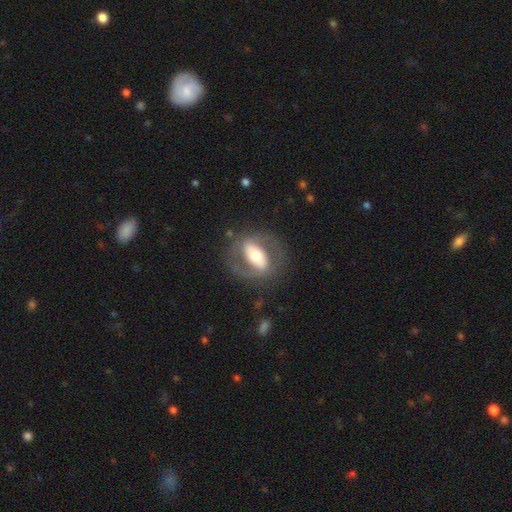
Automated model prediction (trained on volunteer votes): A featured or disk galaxy (73%) with a strong bar (60%), spiral arms (65%) and a moderate central bulge (59%).

Vote fractions:
- Smooth or featured? featured or disk: 73% / smooth: 22% / star or artifact: 5%
- Edge-on disk? no: 91% / yes: 9%
- Bar? strong: 60% / weak: 21% / no: 19%
- Spiral arms? yes: 65% / no: 35%
- Bulge size? moderate: 59% / large: 22% / small: 15% / dominant: 3% / none: 1%
- Merging? none: 74% / minor disturbance: 14% / major disturbance: 11% / merger: 2%